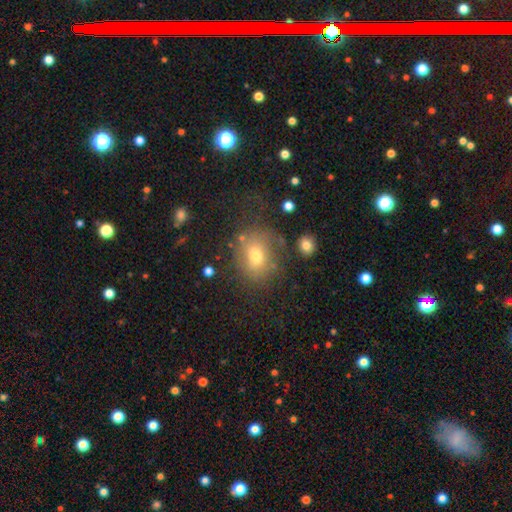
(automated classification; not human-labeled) This is likely a smooth galaxy (70%). How rounded: possibly round (55%). Merging: likely none (65%).